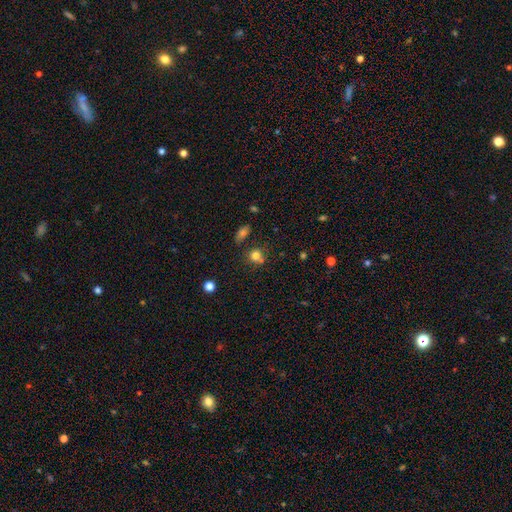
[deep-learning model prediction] Smooth or featured? smooth (76%)
How rounded? round (80%)
Merging? none (59%)